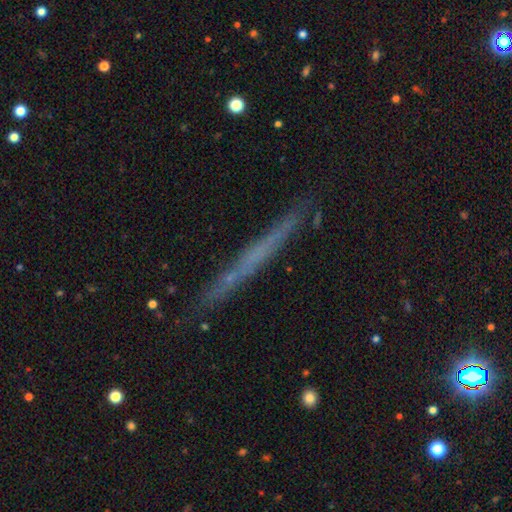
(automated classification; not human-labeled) This appears to be a featured or disk galaxy (51%) viewed edge-on (95%). Merging: none (86%).